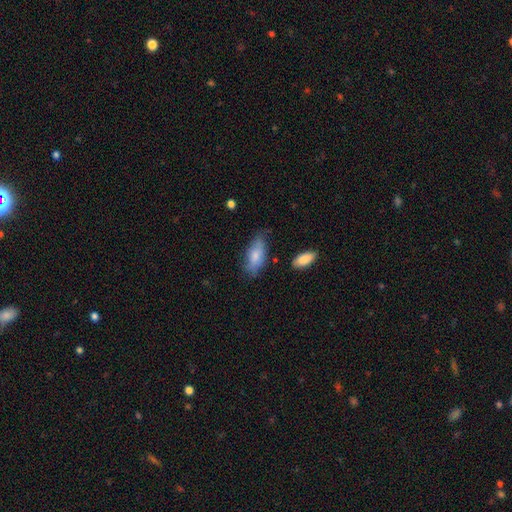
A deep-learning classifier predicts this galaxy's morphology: Smooth or featured? smooth (76%)
How rounded? in between (84%)
Merging? none (61%)